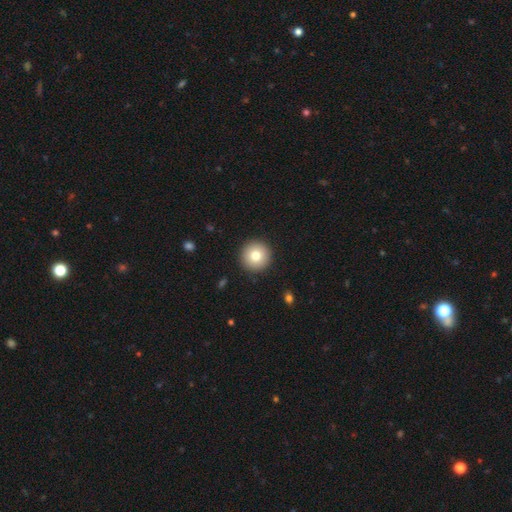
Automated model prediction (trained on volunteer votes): Morphology: type=smooth (78%); roundness=round (96%); merging=none (92%).